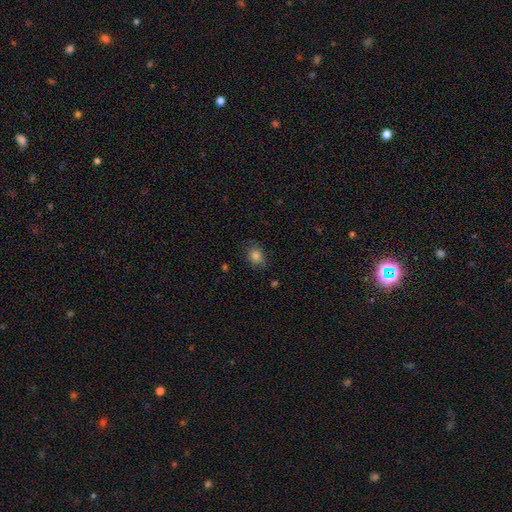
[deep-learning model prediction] A smooth galaxy with no disk features (83%) that is round (50%).

Vote fractions:
- Smooth or featured? smooth: 83% / star or artifact: 11% / featured or disk: 6%
- How rounded? round: 50% / in between: 49% / cigar-shaped: 1%
- Merging? none: 77% / minor disturbance: 18% / major disturbance: 4% / merger: 1%